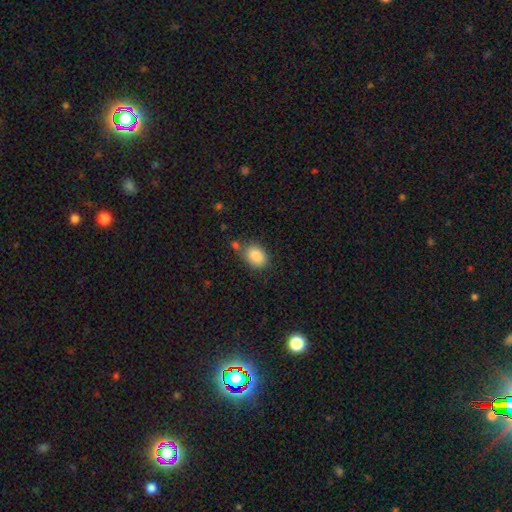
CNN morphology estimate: This appears to be a smooth galaxy with no disk features (87%) that is in between round and cigar-shaped (76%). Merging: none (68%).